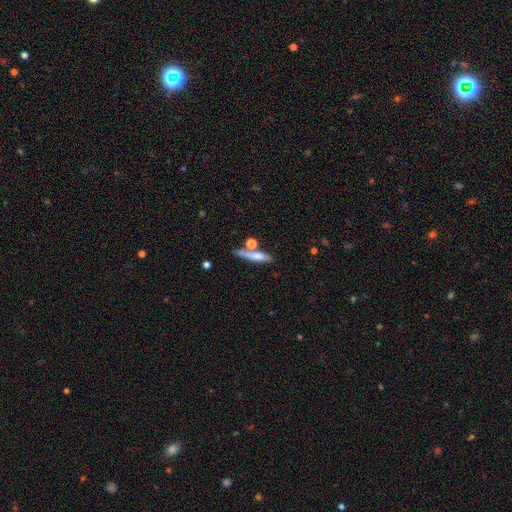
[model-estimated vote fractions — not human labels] Smooth or featured? smooth (67%)
How rounded? cigar-shaped (79%)
Merging? none (63%)